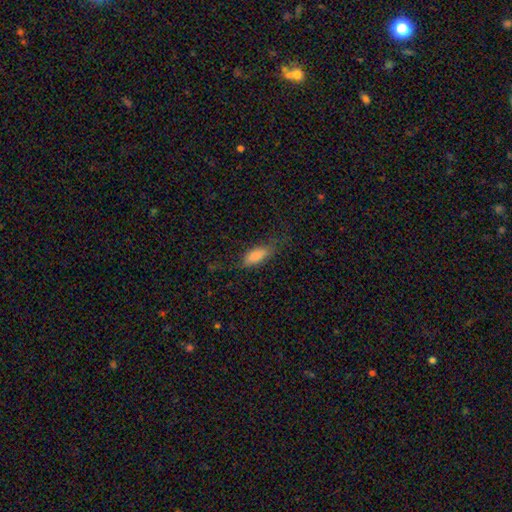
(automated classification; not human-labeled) Smooth or featured: smooth — 81% (featured or disk — 11%)
How rounded: in between — 78% (cigar-shaped — 20%)
Merging: none — 58% (minor disturbance — 27%)